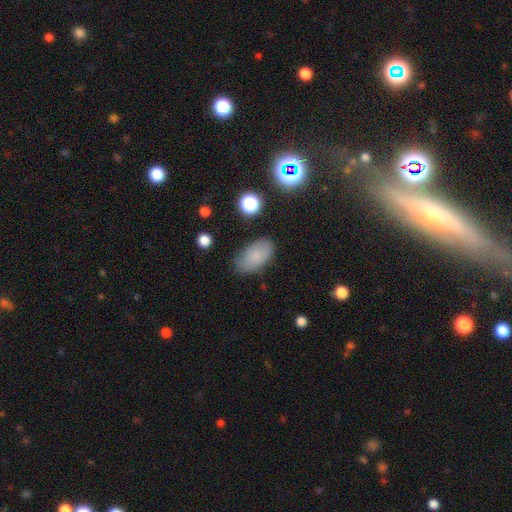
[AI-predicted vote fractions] smooth 78%, featured or disk 12%, star or artifact 10%. Down the decision tree: how rounded — in between (93%); merging — none (79%).